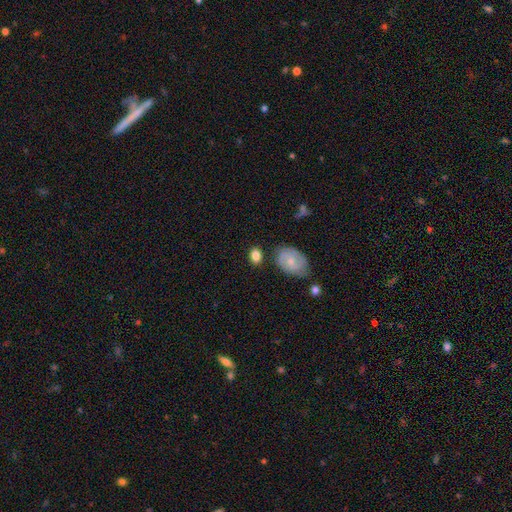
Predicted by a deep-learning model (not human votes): Q: Smooth or featured?
A: smooth (82%); runner-up: featured or disk (11%)
Q: How rounded?
A: in between (76%); runner-up: round (22%)
Q: Merging?
A: none (74%); runner-up: minor disturbance (15%)